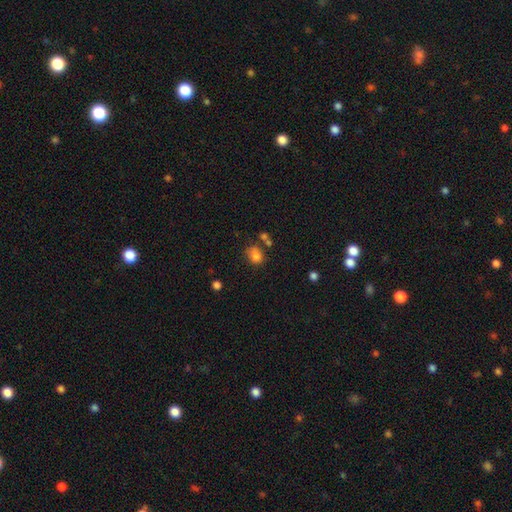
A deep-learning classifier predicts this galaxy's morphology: type=smooth (78%); roundness=round (53%); merging=none (51%).